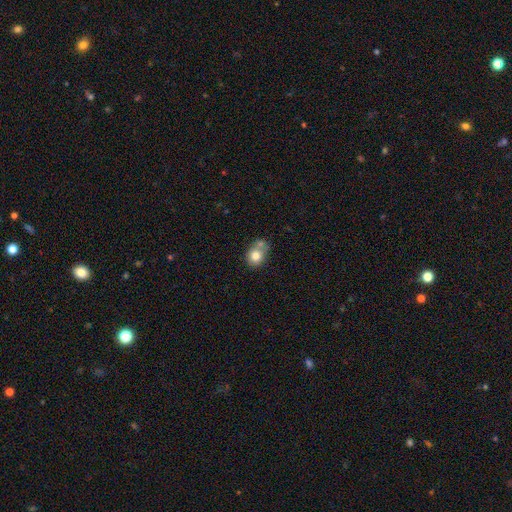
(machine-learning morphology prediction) Overall: smooth (77%). How rounded: round (60%; in between 39%). Merging: none (42%; merger 33%).